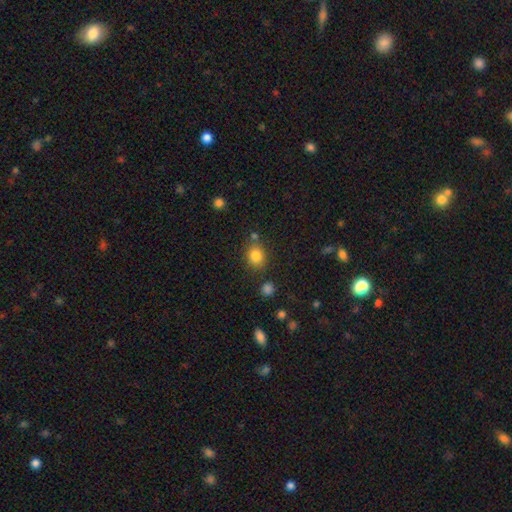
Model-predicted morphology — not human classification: Smooth or featured: smooth — 82% (star or artifact — 11%)
How rounded: round — 63% (in between — 36%)
Merging: none — 73% (minor disturbance — 13%)